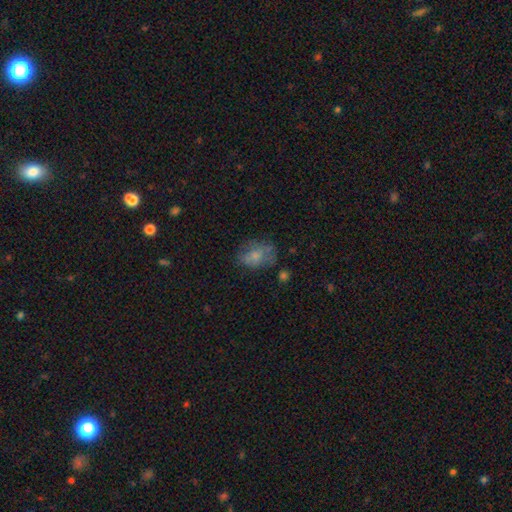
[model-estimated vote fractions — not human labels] A smooth galaxy with no disk features (62%) that is in between round and cigar-shaped (70%). Merging: none (52%).